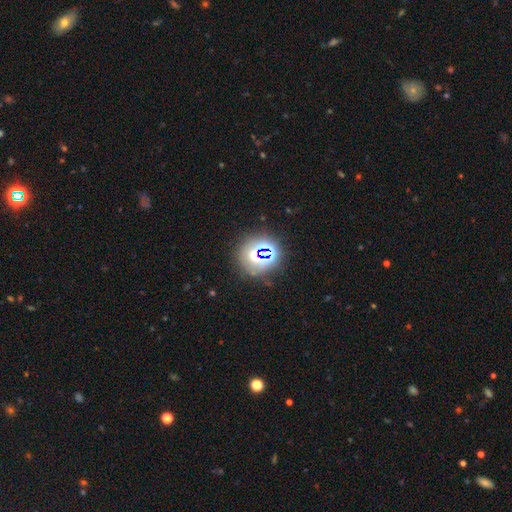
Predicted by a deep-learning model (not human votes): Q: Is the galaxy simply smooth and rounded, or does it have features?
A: star or artifact — 52%.